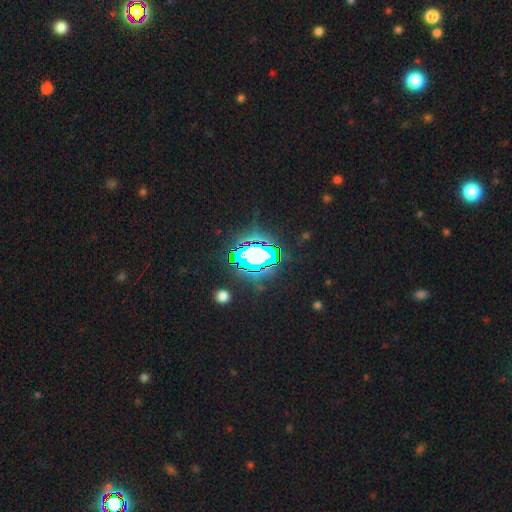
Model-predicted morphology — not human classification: This appears to be a star or artifact, not a galaxy (66%).